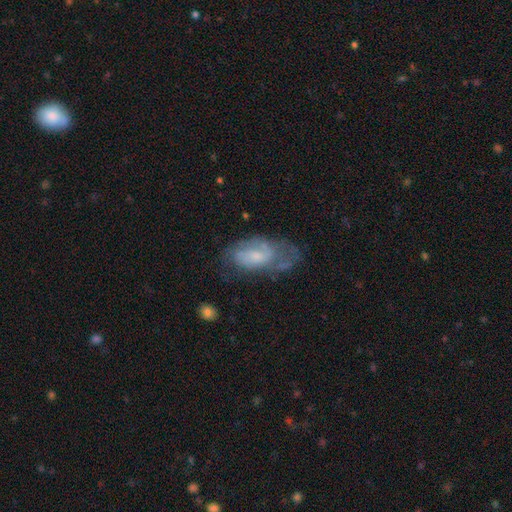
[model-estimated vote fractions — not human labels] Smooth or featured: featured or disk — 56% (smooth — 36%)
Edge-on disk: no — 94% (yes — 6%)
Bar: no — 64% (weak — 31%)
Spiral arms: yes — 67% (no — 33%)
Bulge size: small — 49% (moderate — 30%)
Merging: none — 43% (minor disturbance — 28%)